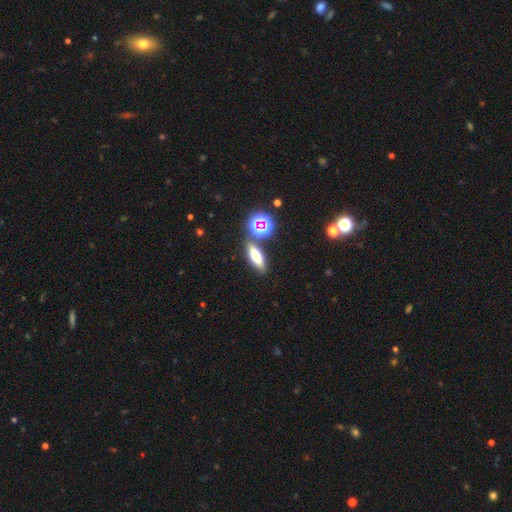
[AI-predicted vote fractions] smooth-or-featured: smooth: 55% | featured or disk: 25% | star or artifact: 19%
  how-rounded: in between: 44% | cigar-shaped: 42% | round: 14%
  merging: none: 79% | minor disturbance: 9% | merger: 8% | major disturbance: 3%